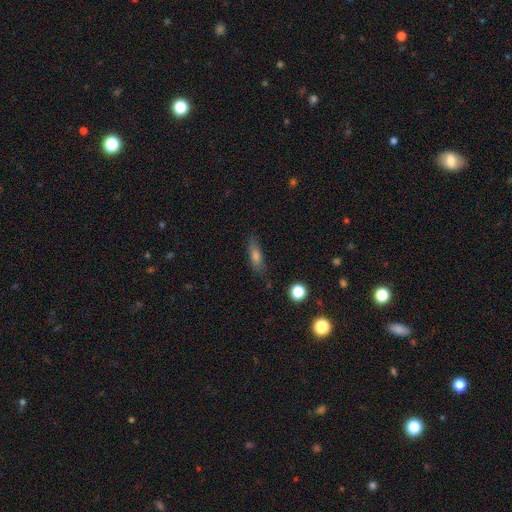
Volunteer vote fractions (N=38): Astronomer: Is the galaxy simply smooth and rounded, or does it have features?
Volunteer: smooth — 71%.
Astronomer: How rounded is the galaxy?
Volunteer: cigar-shaped — 78%.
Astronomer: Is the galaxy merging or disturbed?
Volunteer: none — 89%.